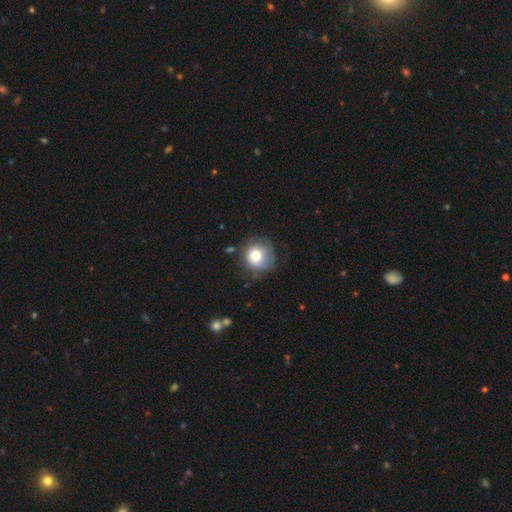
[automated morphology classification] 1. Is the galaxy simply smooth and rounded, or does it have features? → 73% smooth, 18% featured or disk, 9% star or artifact.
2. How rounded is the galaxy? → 88% round, 11% in between, 1% cigar-shaped.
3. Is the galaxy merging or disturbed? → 61% none, 26% minor disturbance, 10% major disturbance, 3% merger.